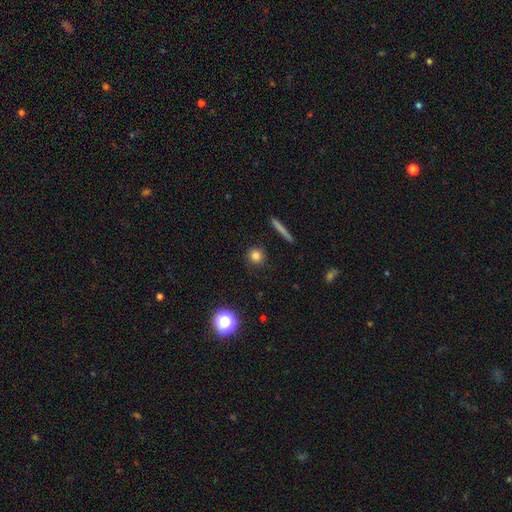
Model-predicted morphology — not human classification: This is clearly a smooth galaxy (80%). How rounded: clearly round (91%). Merging: clearly none (89%).